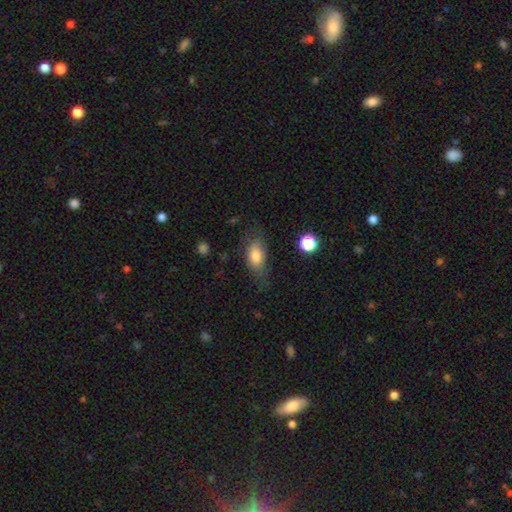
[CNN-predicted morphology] Smooth or featured? smooth (77%)
How rounded? in between (87%)
Merging? none (63%)